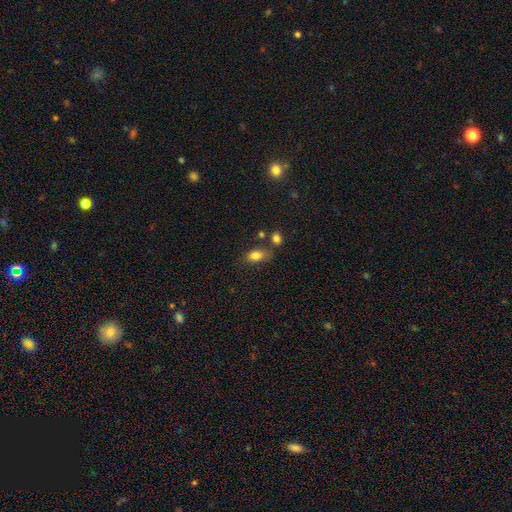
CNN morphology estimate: Q: Smooth or featured?
A: smooth (82%); runner-up: star or artifact (9%)
Q: How rounded?
A: in between (85%); runner-up: round (11%)
Q: Merging?
A: none (63%); runner-up: minor disturbance (19%)